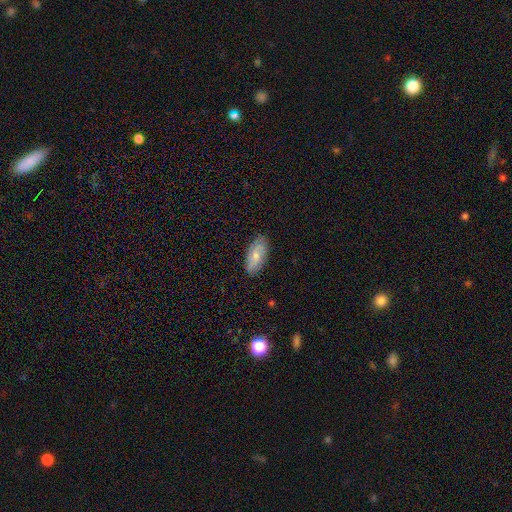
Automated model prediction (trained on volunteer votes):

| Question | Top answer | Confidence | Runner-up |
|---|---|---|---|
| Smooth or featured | smooth | 60% | featured or disk (33%) |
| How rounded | in between | 88% | cigar-shaped (9%) |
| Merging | none | 84% | minor disturbance (12%) |